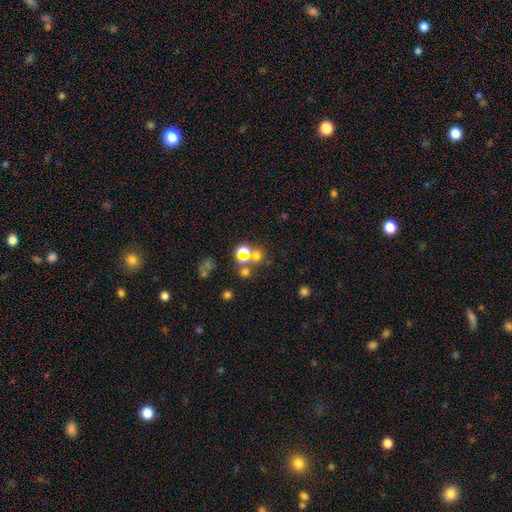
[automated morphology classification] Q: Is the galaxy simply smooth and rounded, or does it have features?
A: star or artifact — 45%.